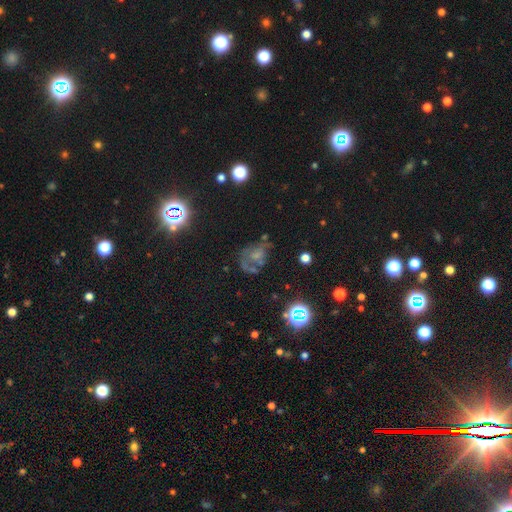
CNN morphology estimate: Smooth or featured?
  - featured or disk: 43% *
  - smooth: 31%
  - star or artifact: 26%
Merging?
  - none: 38% *
  - major disturbance: 30%
  - minor disturbance: 23%
  - merger: 9%